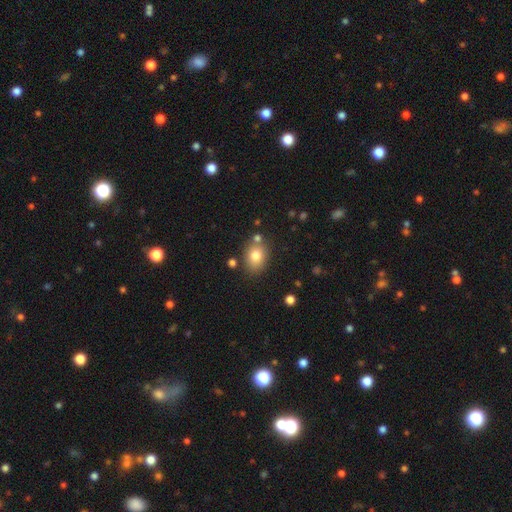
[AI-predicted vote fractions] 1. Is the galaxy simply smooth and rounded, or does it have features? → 79% smooth, 11% featured or disk, 10% star or artifact.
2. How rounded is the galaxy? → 61% in between, 38% round, 1% cigar-shaped.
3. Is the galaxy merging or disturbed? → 75% none, 13% minor disturbance, 8% merger, 4% major disturbance.